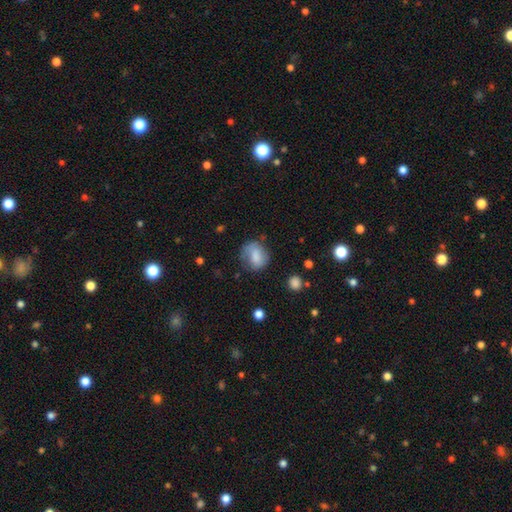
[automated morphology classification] type=smooth (70%); roundness=round (58%); merging=none (56%).